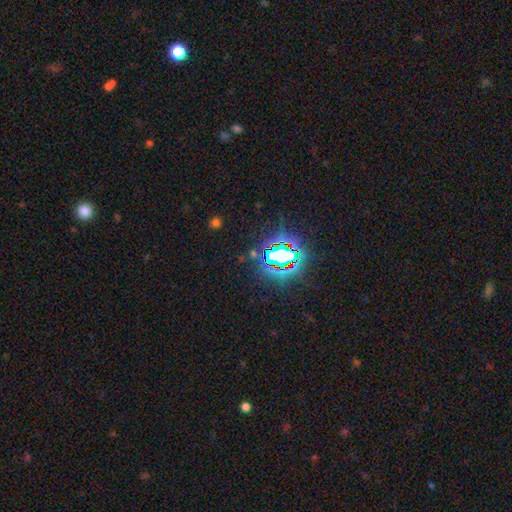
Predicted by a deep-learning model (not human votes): Smooth or featured?
  - star or artifact: 78% *
  - smooth: 14%
  - featured or disk: 9%